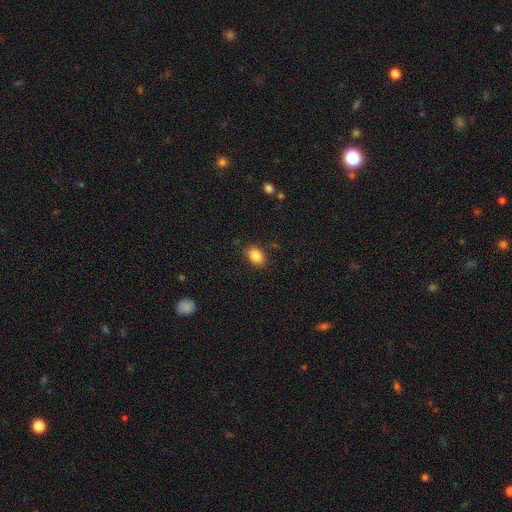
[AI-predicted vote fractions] The model was most divided on "how rounded": in between: 74%, round: 25%, cigar-shaped: 1%. More confident: merging — none (84%); smooth or featured — smooth (84%).